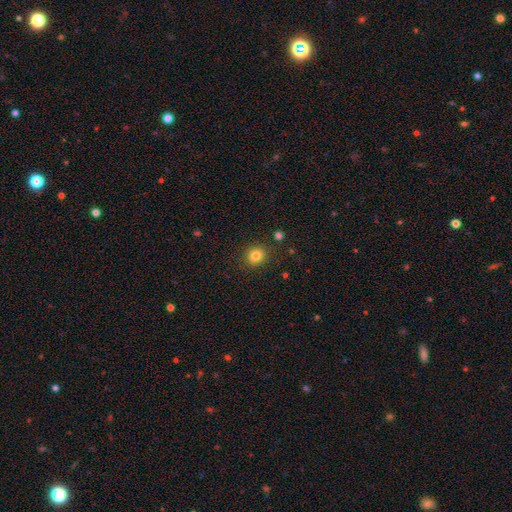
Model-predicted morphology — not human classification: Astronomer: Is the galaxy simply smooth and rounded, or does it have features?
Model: smooth — 82%.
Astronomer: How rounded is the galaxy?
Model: round — 80%.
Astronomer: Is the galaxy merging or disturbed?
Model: none — 88%.